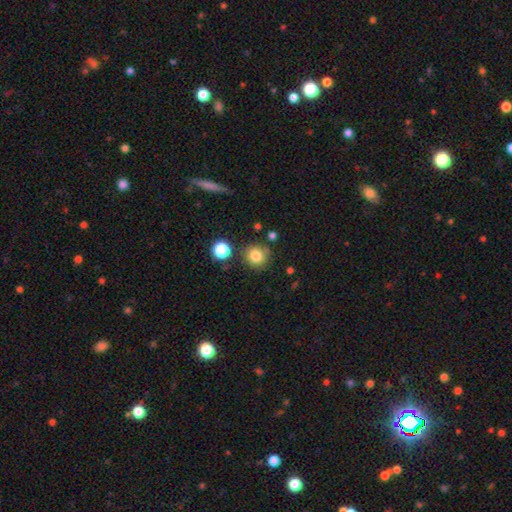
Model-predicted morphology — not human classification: Smooth or featured? Predicted: smooth (p=0.80). How rounded? Predicted: round (p=0.89). Merging? Predicted: none (p=0.81).